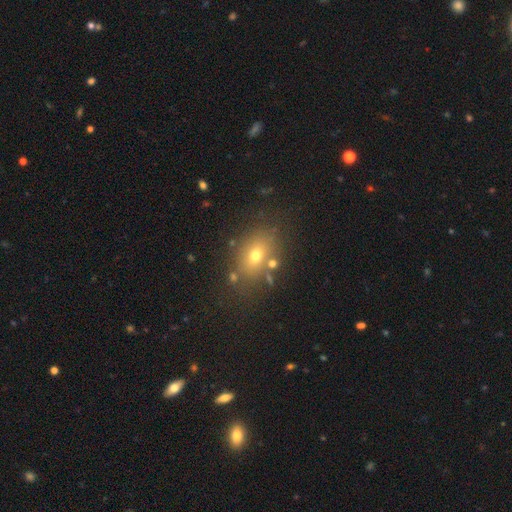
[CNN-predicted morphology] This is likely a smooth galaxy (65%). How rounded: likely in between (69%). Merging: likely none (74%).